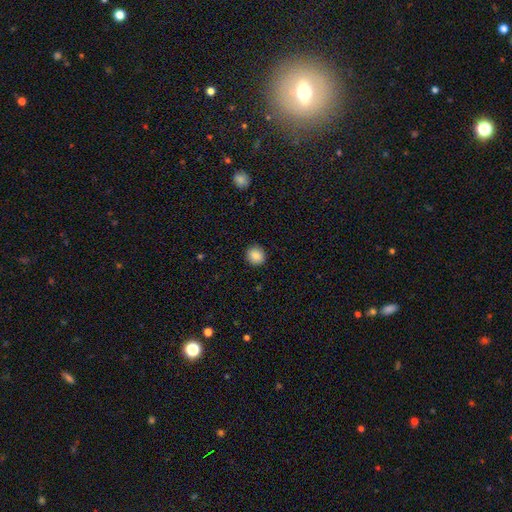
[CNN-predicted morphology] Overall: smooth (87%). How rounded: round (87%). Merging: none (91%).